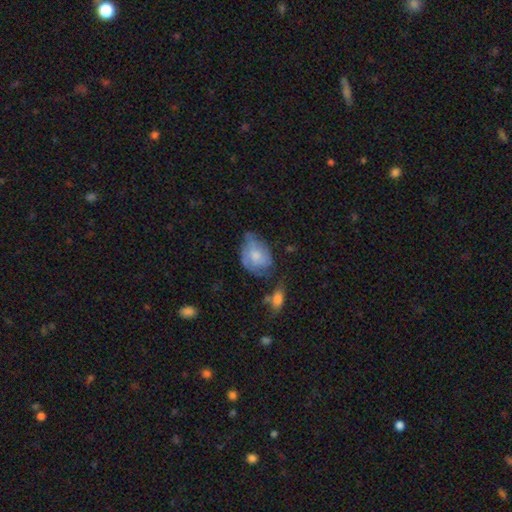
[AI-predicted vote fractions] This appears to be a smooth galaxy with no disk features (48%). Merging: none (38%).